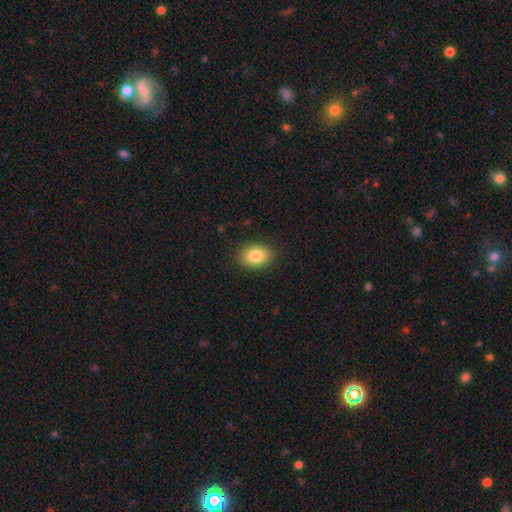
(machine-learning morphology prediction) Smooth or featured? smooth (84%)
How rounded? in between (75%)
Merging? none (88%)